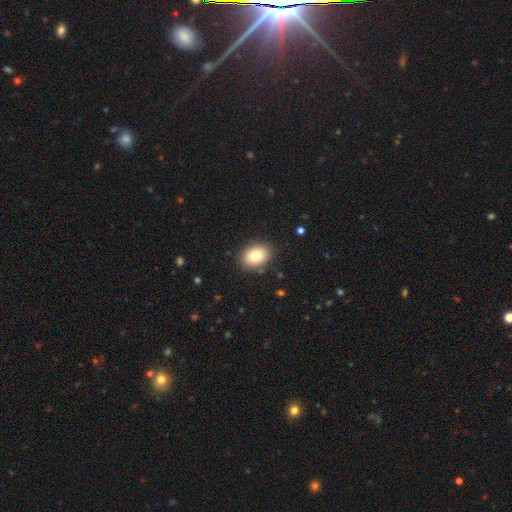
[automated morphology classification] Smooth or featured?
  - smooth: 81% *
  - featured or disk: 10%
  - star or artifact: 9%
How rounded?
  - in between: 59% *
  - round: 40%
  - cigar-shaped: 1%
Merging?
  - none: 88% *
  - minor disturbance: 9%
  - major disturbance: 2%
  - merger: 1%